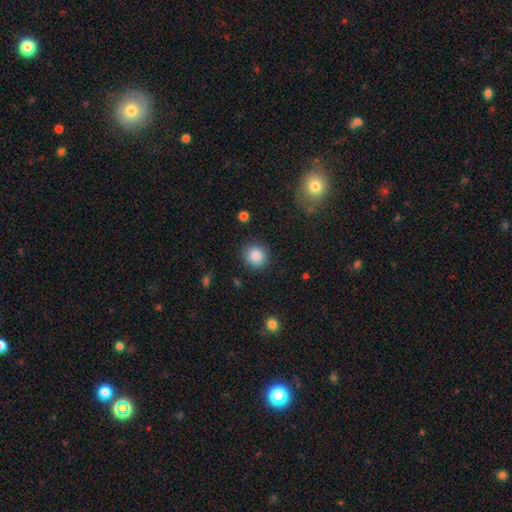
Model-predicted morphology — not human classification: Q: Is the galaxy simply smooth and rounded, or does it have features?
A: smooth — 86%.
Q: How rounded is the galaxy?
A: round — 88%.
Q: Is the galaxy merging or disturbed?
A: none — 88%.